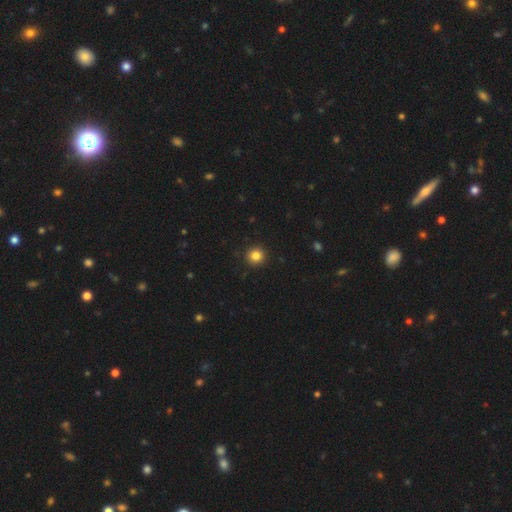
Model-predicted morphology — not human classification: Overall: smooth (84%). How rounded: round (94%). Merging: none (93%).